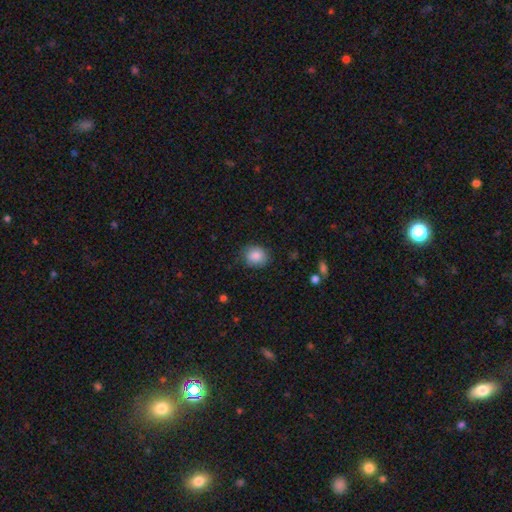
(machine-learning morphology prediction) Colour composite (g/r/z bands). It shows a smooth galaxy with no disk features (86%) that is round (71%). Merging: none (78%).